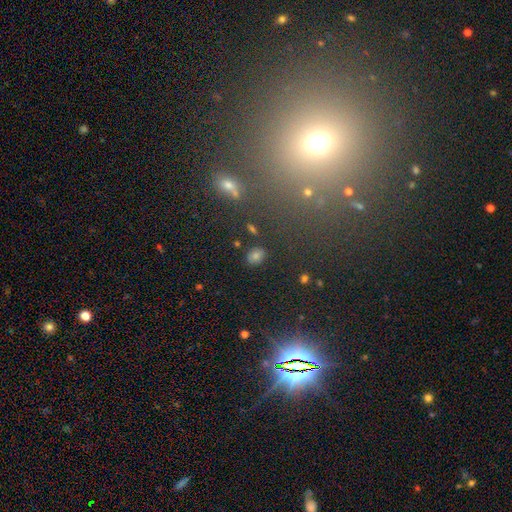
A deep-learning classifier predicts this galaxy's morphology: smooth-or-featured: smooth: 69% | star or artifact: 21% | featured or disk: 10%
  how-rounded: in between: 67% | round: 31% | cigar-shaped: 2%
  merging: none: 83% | minor disturbance: 10% | major disturbance: 3% | merger: 3%